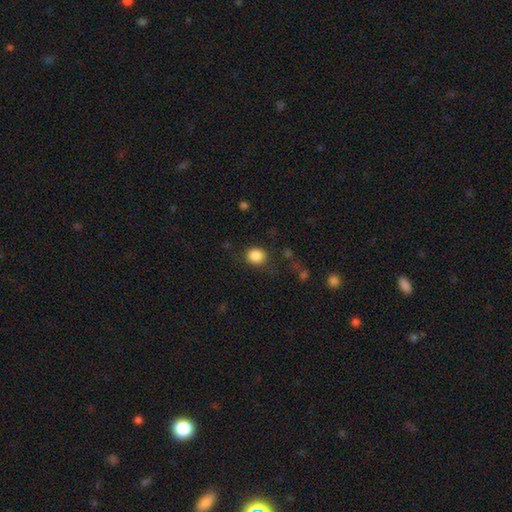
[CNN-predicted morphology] smooth-or-featured: smooth: 87% | star or artifact: 9% | featured or disk: 4%
  how-rounded: round: 77% | in between: 22% | cigar-shaped: 1%
  merging: none: 79% | minor disturbance: 13% | major disturbance: 6% | merger: 3%